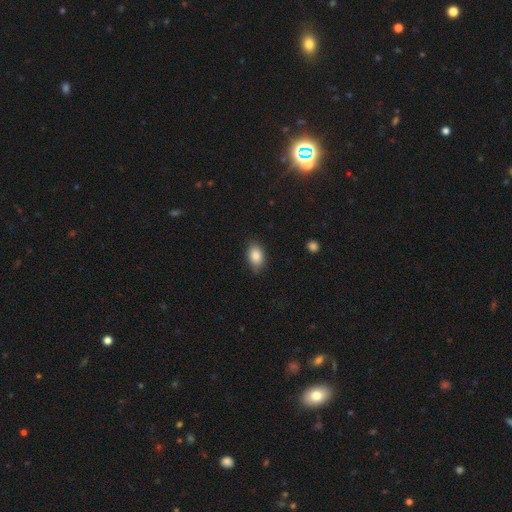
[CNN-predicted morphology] smooth_or_featured: smooth (p=0.85) [alt: star or artifact p=0.08]
how_rounded: in between (p=0.87) [alt: round p=0.11]
merging: none (p=0.81) [alt: minor disturbance p=0.15]